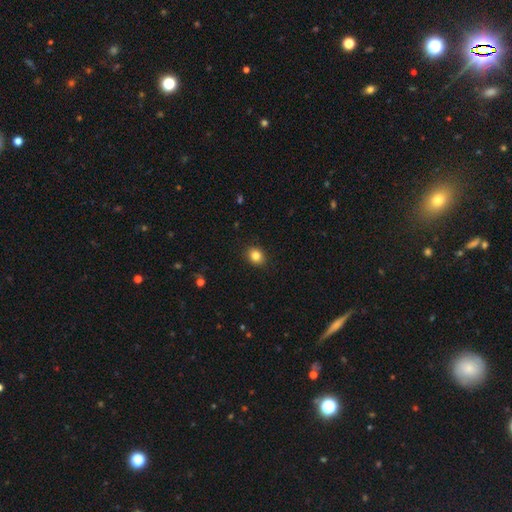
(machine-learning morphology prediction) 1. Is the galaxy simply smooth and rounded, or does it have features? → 84% smooth, 11% star or artifact, 6% featured or disk.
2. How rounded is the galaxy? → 64% round, 36% in between, 1% cigar-shaped.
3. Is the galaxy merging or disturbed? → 91% none, 7% minor disturbance, 2% major disturbance, 1% merger.